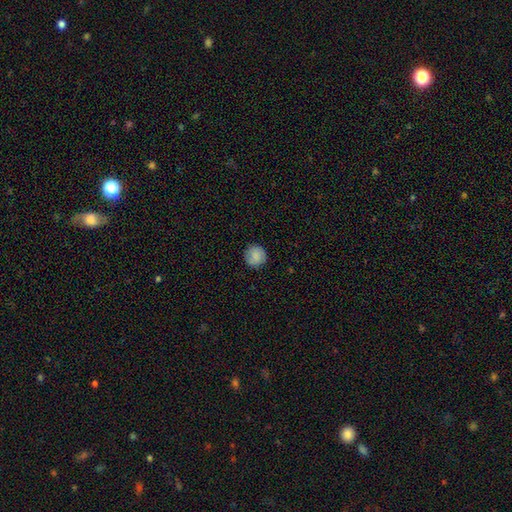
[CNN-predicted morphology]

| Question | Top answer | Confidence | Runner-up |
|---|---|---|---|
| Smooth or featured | smooth | 85% | star or artifact (8%) |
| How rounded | round | 94% | in between (5%) |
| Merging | none | 89% | minor disturbance (8%) |